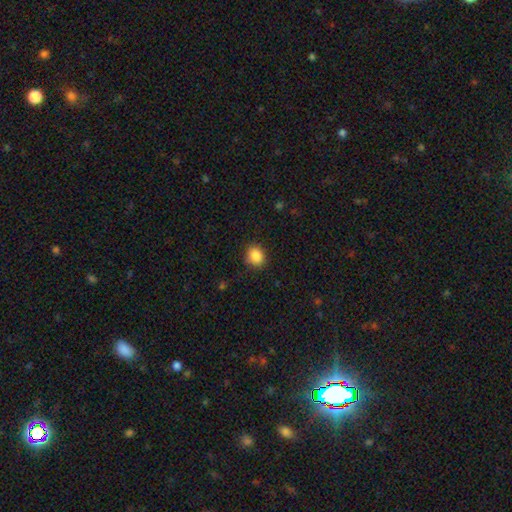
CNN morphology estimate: smooth 87%, star or artifact 9%, featured or disk 4%. Down the decision tree: how rounded — round (73%); merging — none (85%).